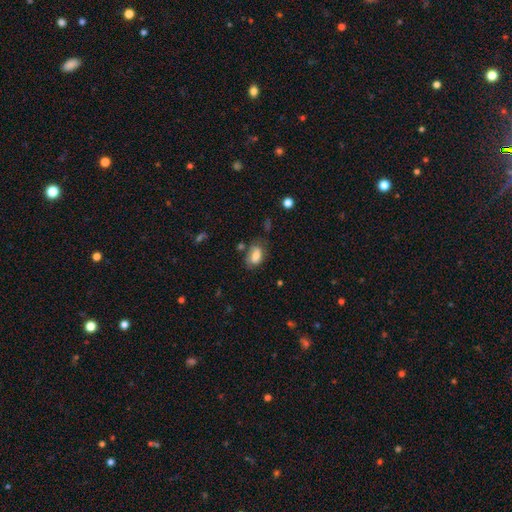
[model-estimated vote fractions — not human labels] Smooth or featured? smooth (70%)
How rounded? in between (88%)
Merging? none (57%)